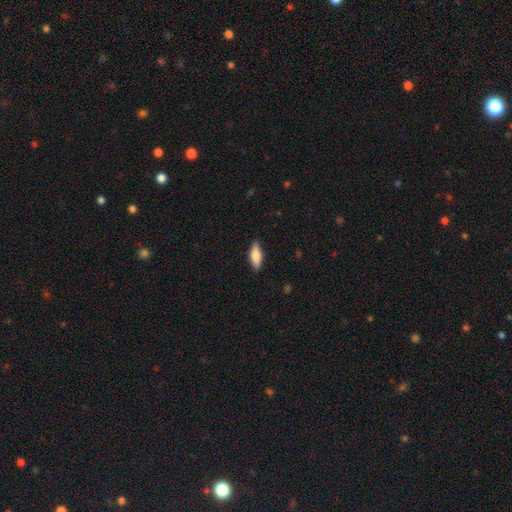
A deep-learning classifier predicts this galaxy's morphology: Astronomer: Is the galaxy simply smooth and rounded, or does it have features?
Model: smooth — 74%.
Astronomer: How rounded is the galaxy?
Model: in between — 60% (runner-up: cigar-shaped, 37%).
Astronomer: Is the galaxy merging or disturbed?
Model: none — 87%.